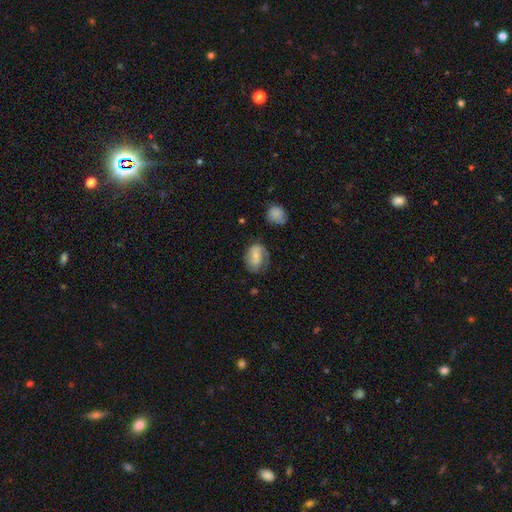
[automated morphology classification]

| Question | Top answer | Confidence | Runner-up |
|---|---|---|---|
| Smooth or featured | featured or disk | 47% | smooth (46%) |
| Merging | none | 56% | minor disturbance (26%) |